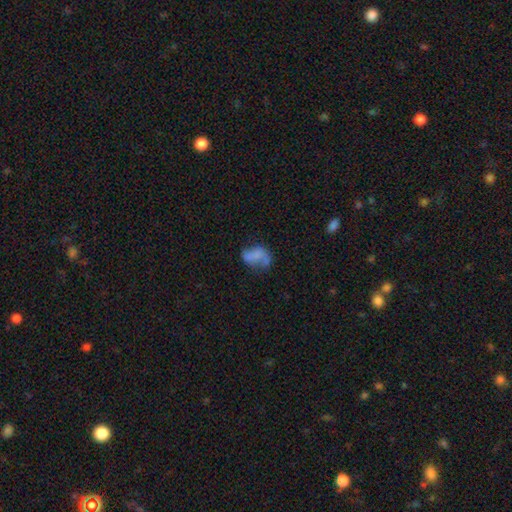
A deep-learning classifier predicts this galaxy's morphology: A smooth galaxy with no disk features (54%) that is in between round and cigar-shaped (82%).

Vote fractions:
- Smooth or featured? smooth: 54% / featured or disk: 34% / star or artifact: 12%
- How rounded? in between: 82% / round: 15% / cigar-shaped: 2%
- Merging? none: 34% / minor disturbance: 26% / major disturbance: 24% / merger: 16%